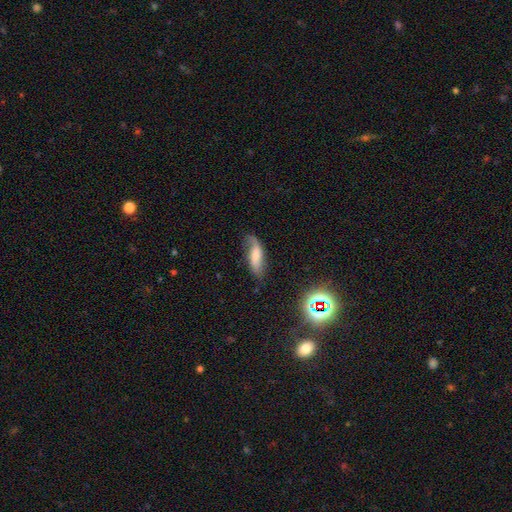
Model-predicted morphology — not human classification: smooth 52%, featured or disk 38%, star or artifact 9%. Down the decision tree: how rounded — in between (56%); merging — none (53%).